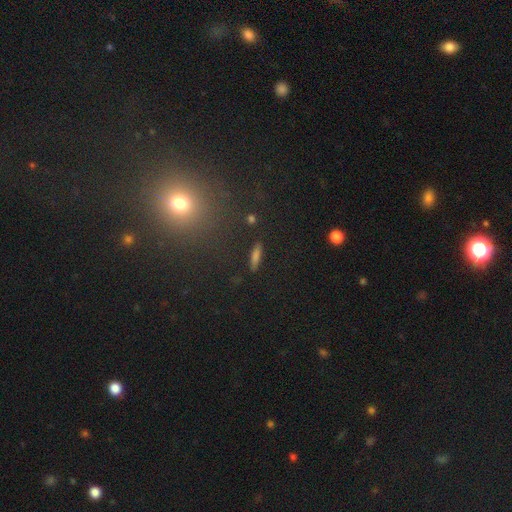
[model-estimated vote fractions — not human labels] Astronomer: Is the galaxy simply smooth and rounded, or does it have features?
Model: smooth — 55%.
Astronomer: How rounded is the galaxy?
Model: cigar-shaped — 66%.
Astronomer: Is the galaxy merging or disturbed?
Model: none — 87%.